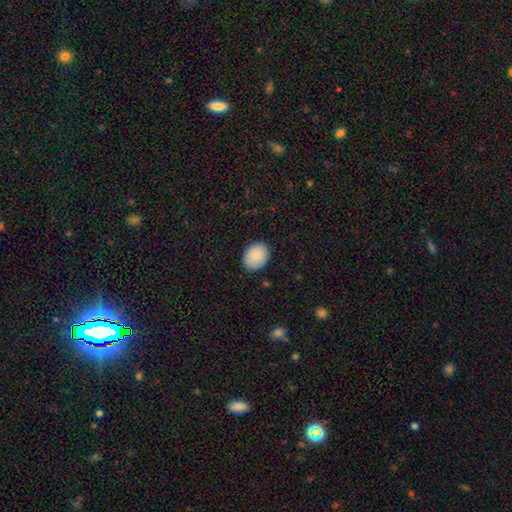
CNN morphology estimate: Smooth or featured? Predicted: smooth (p=0.88). How rounded? Predicted: in between (p=0.61). Merging? Predicted: none (p=0.87).